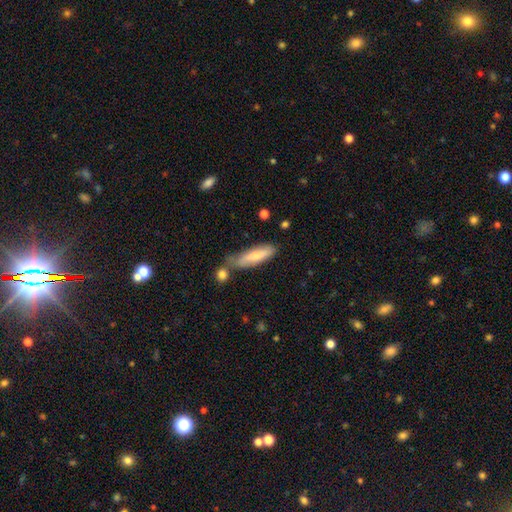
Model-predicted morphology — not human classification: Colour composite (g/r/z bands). It shows a smooth galaxy with no disk features (67%) that is cigar-shaped (65%). Merging: none (60%).